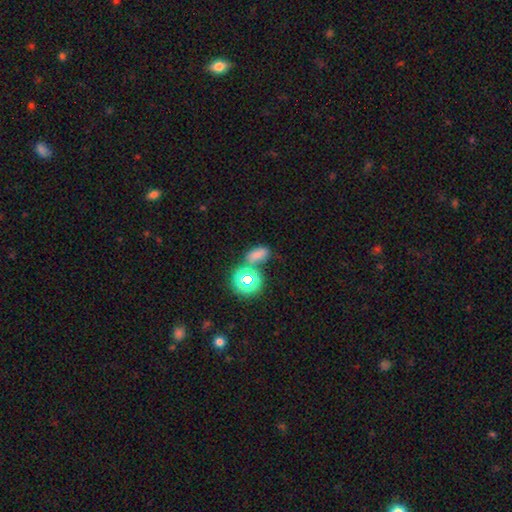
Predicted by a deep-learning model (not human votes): This appears to be a smooth galaxy with no disk features (69%) that is in between round and cigar-shaped (78%). Merging: none (61%).